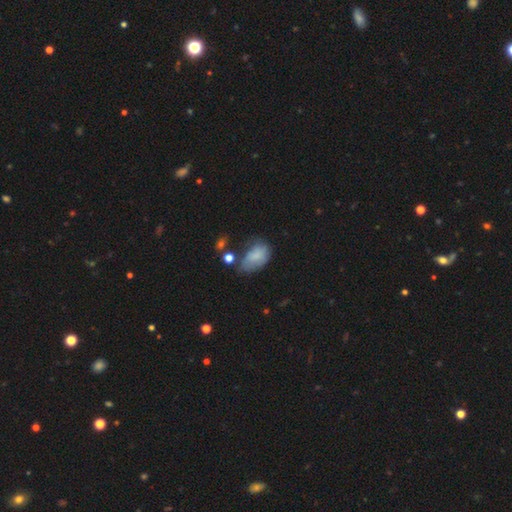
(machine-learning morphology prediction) Overall: smooth (72%). How rounded: in between (87%). Merging: none (35%; minor disturbance 34%).